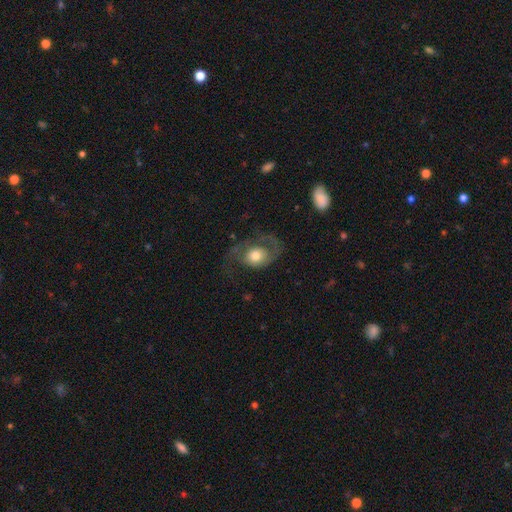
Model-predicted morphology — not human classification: The model was most divided on "merging": none: 42%, major disturbance: 38%, minor disturbance: 18%, merger: 2%. More confident: edge-on disk — no (96%); bar — no (78%); spiral arms — yes (76%); bulge size — moderate (58%); smooth or featured — featured or disk (57%).